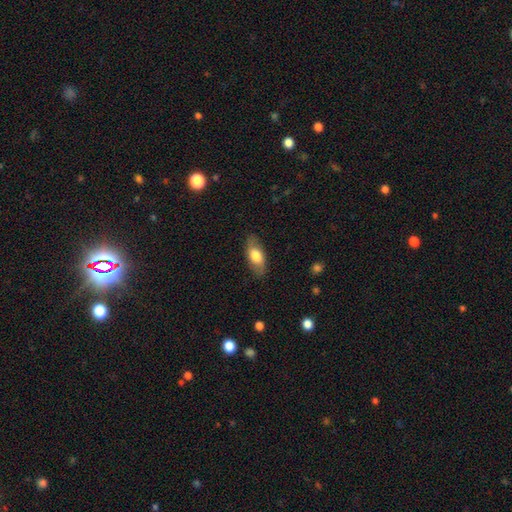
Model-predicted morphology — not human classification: smooth-or-featured: smooth: 72% | featured or disk: 22% | star or artifact: 6%
  how-rounded: in between: 84% | cigar-shaped: 13% | round: 3%
  merging: none: 83% | minor disturbance: 13% | major disturbance: 3% | merger: 1%